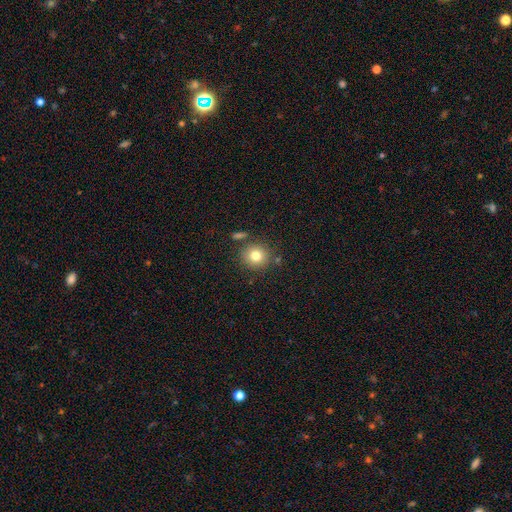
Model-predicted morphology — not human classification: This appears to be a smooth galaxy with no disk features (79%) that is round (91%). Merging: none (82%).